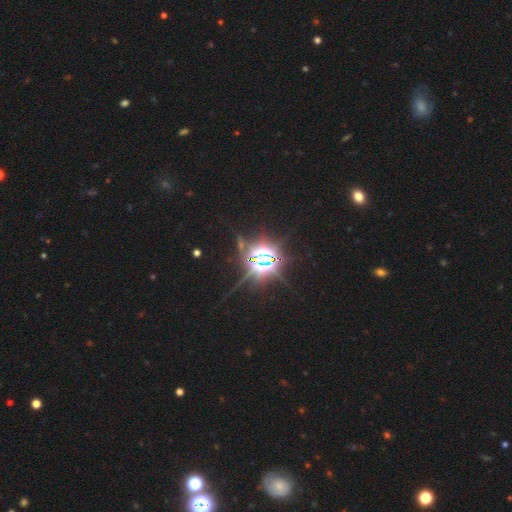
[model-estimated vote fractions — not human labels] smooth-or-featured: star or artifact: 86% | smooth: 9% | featured or disk: 6%